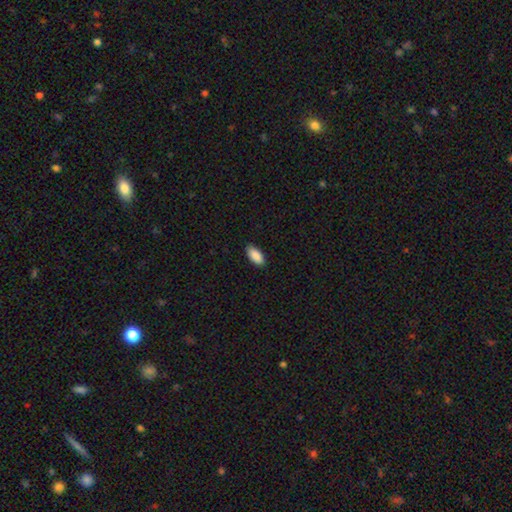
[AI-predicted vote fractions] smooth-or-featured: smooth: 90% | star or artifact: 6% | featured or disk: 4%
  how-rounded: in between: 92% | cigar-shaped: 6% | round: 2%
  merging: none: 88% | minor disturbance: 9% | major disturbance: 2% | merger: 1%